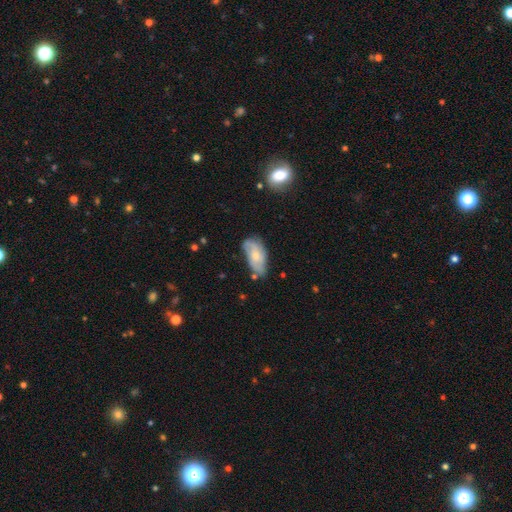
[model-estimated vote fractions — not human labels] Smooth or featured? smooth (50%)
Merging? none (54%)